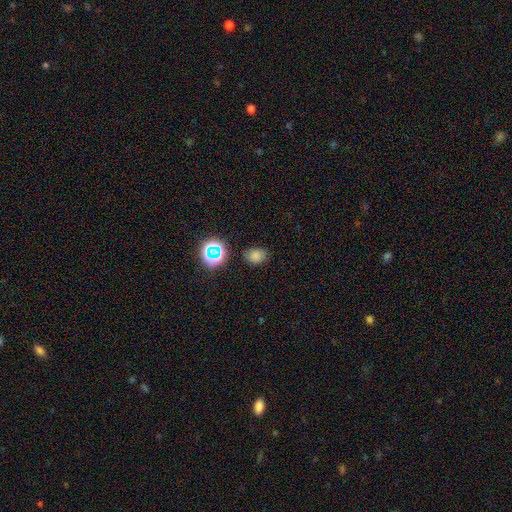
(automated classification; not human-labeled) Smooth or featured?
  - smooth: 74% *
  - star or artifact: 20%
  - featured or disk: 6%
How rounded?
  - in between: 57% *
  - round: 42%
  - cigar-shaped: 1%
Merging?
  - none: 81% *
  - minor disturbance: 13%
  - major disturbance: 4%
  - merger: 2%